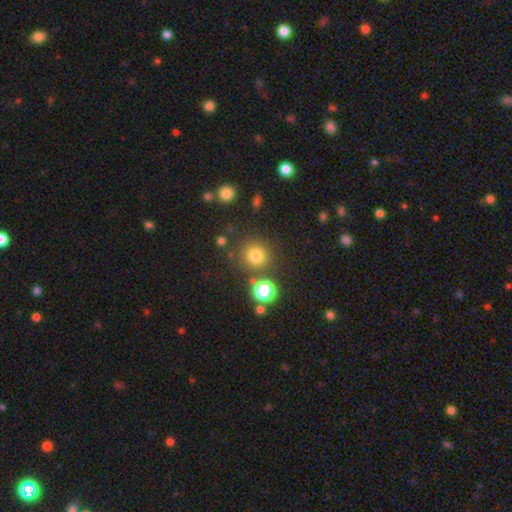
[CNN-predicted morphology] Smooth or featured? smooth (77%)
How rounded? round (92%)
Merging? none (82%)